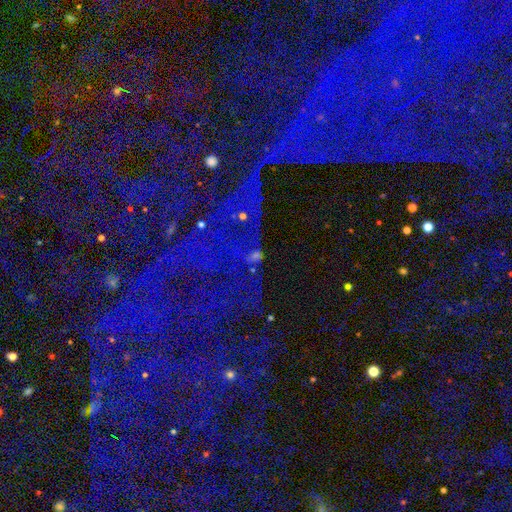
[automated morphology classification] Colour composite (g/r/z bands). It shows a star or artifact, not a galaxy (60%).